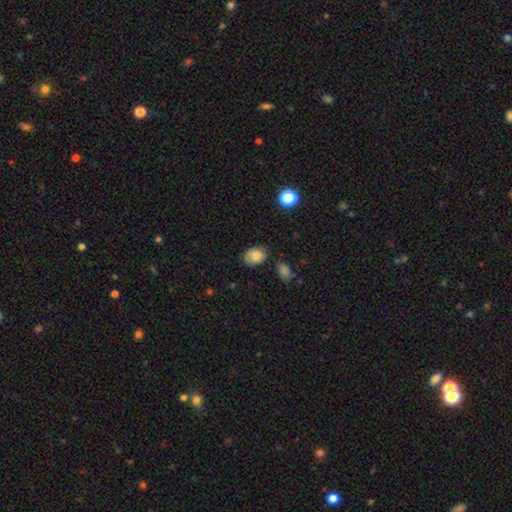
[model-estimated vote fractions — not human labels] This is clearly a smooth galaxy (82%). How rounded: likely in between (78%). Merging: likely none (67%).